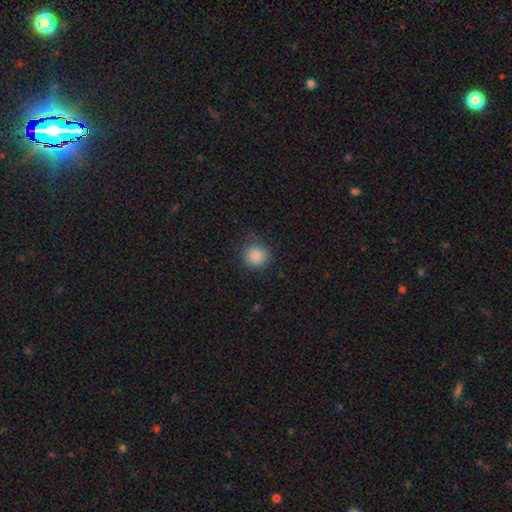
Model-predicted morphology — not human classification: Overall: smooth (84%). How rounded: round (91%). Merging: none (78%).